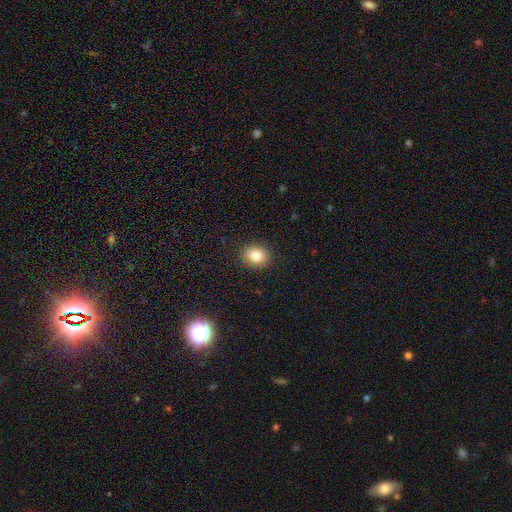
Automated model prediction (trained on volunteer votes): smooth 84%, star or artifact 10%, featured or disk 6%. Down the decision tree: how rounded — round (63%); merging — none (89%).